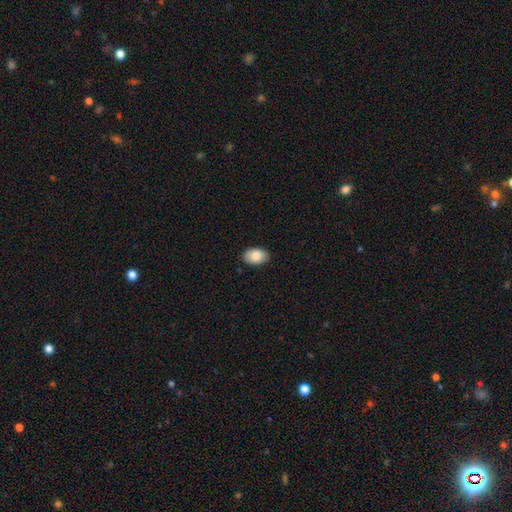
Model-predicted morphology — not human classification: The model was most divided on "merging": none: 87%, minor disturbance: 10%, major disturbance: 2%, merger: 1%. More confident: how rounded — in between (89%); smooth or featured — smooth (87%).